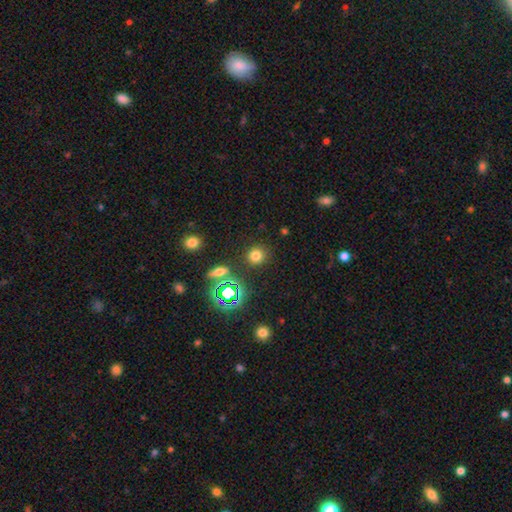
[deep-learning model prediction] Morphology: type=smooth (71%); roundness=round (88%); merging=none (87%).